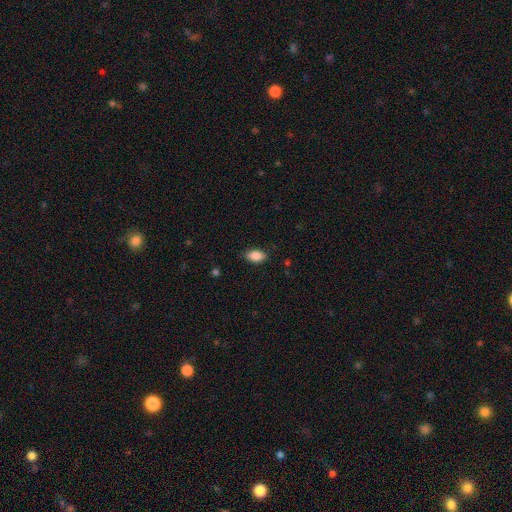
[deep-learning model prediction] Smooth or featured? Predicted: smooth (p=0.88). How rounded? Predicted: in between (p=0.92). Merging? Predicted: none (p=0.83).